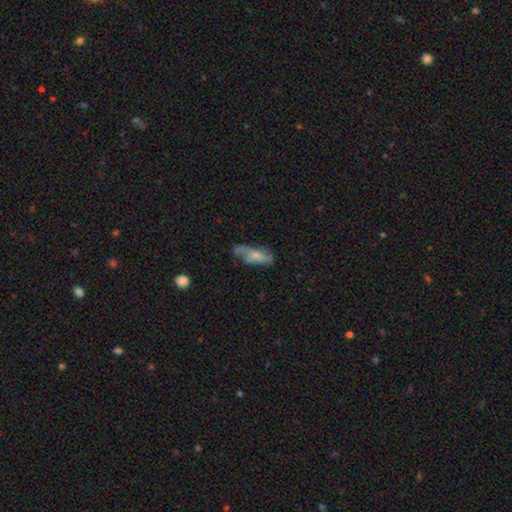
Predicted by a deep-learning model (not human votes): Overall: smooth (53%; featured or disk 40%). How rounded: in between (68%; cigar-shaped 29%). Merging: none (46%; minor disturbance 30%).